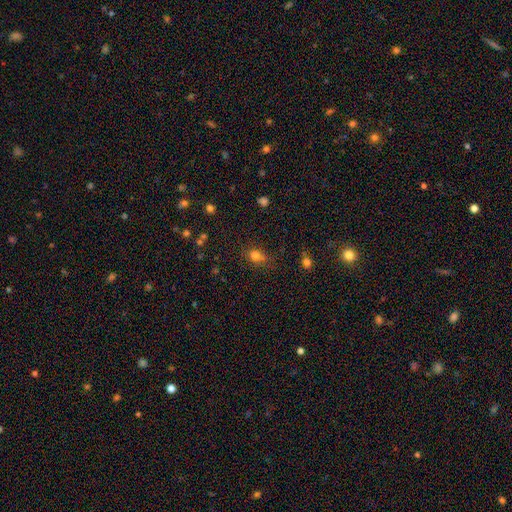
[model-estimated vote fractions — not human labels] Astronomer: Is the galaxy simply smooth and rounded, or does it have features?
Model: smooth — 78%.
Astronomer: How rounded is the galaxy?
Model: in between — 55% (runner-up: round, 43%).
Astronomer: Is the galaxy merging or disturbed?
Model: none — 67%.